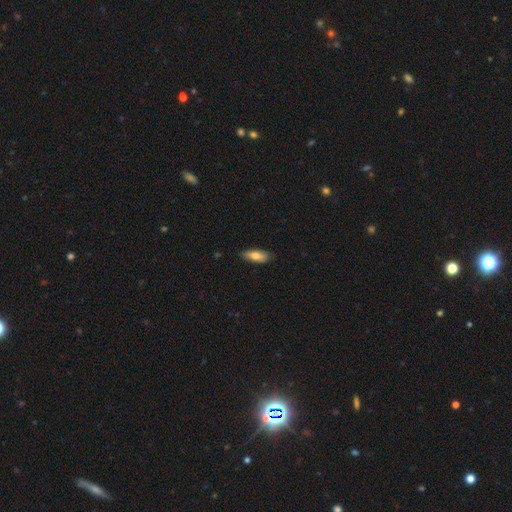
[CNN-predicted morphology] smooth_or_featured: smooth (p=0.75) [alt: featured or disk p=0.19]
how_rounded: in between (p=0.69) [alt: cigar-shaped p=0.29]
merging: none (p=0.81) [alt: minor disturbance p=0.15]